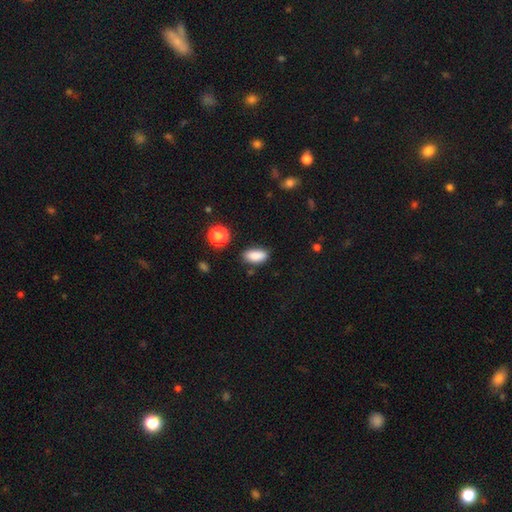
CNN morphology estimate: Q: Smooth or featured?
A: smooth (87%); runner-up: star or artifact (9%)
Q: How rounded?
A: in between (87%); runner-up: cigar-shaped (8%)
Q: Merging?
A: none (80%); runner-up: minor disturbance (14%)